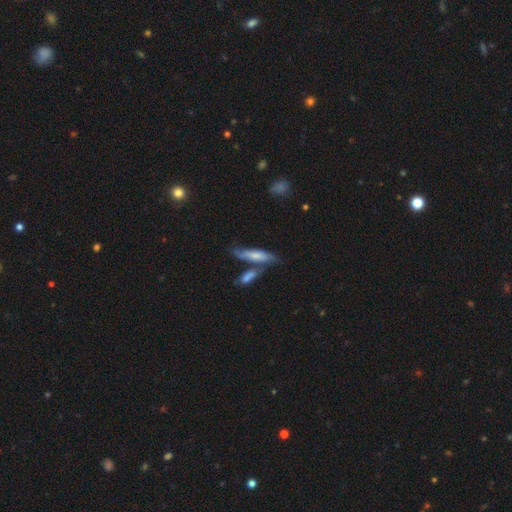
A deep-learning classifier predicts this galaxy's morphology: Smooth or featured?
  - smooth: 58% *
  - featured or disk: 35%
  - star or artifact: 6%
How rounded?
  - cigar-shaped: 64% *
  - in between: 34%
  - round: 2%
Merging?
  - none: 46% *
  - merger: 30%
  - minor disturbance: 17%
  - major disturbance: 7%